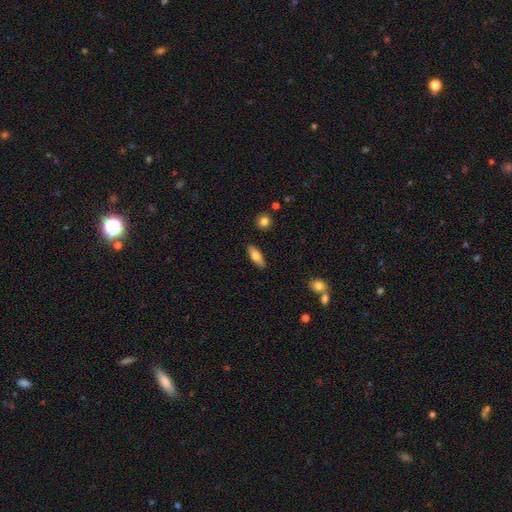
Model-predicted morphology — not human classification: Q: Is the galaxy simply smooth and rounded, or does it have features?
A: smooth — 70%.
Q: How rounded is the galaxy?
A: in between — 69%.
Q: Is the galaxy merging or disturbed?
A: none — 87%.